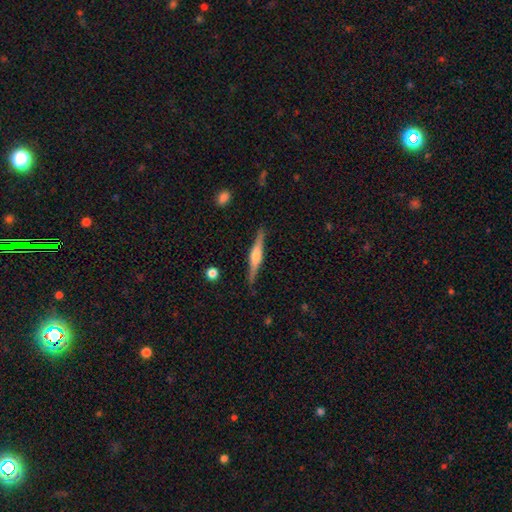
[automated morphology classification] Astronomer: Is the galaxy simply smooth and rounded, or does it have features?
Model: featured or disk — 71%.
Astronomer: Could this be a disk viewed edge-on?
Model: yes — 98%.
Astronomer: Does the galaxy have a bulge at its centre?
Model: rounded — 77%.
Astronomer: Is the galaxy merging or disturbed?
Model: none — 88%.